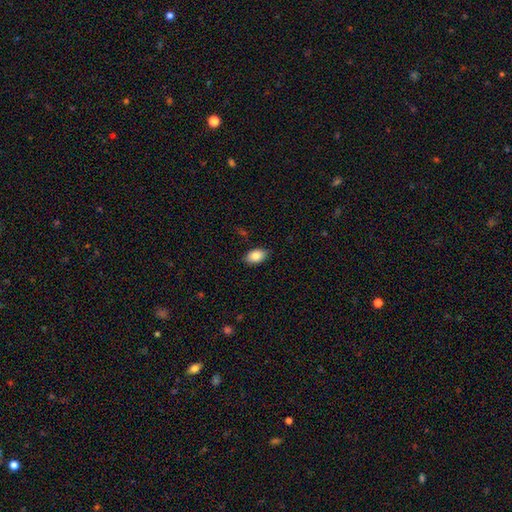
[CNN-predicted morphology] smooth 85%, featured or disk 8%, star or artifact 7%. Down the decision tree: how rounded — in between (91%); merging — none (86%).